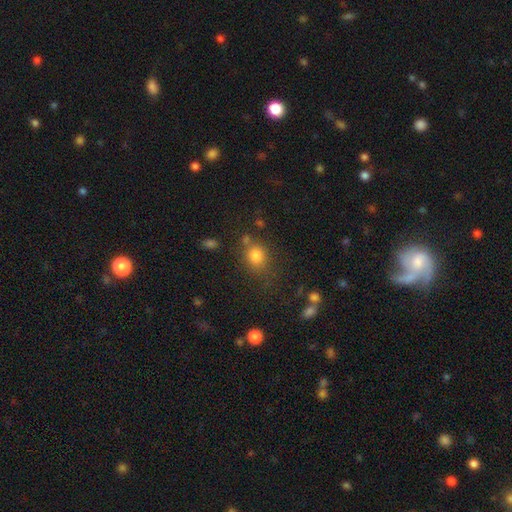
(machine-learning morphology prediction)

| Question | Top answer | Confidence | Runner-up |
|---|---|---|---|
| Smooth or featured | smooth | 80% | star or artifact (13%) |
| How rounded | round | 69% | in between (30%) |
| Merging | none | 66% | minor disturbance (16%) |